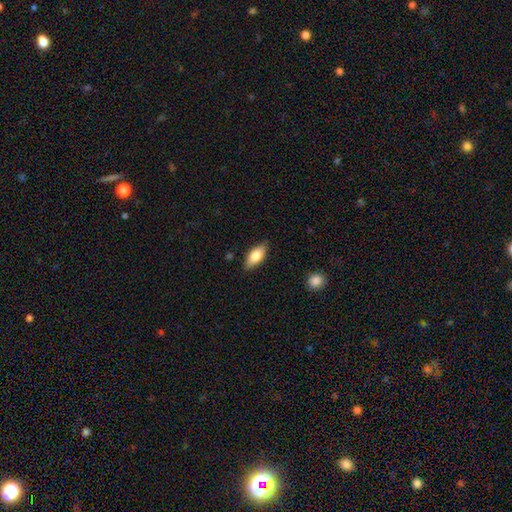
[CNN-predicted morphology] Smooth or featured: smooth — 76% (featured or disk — 17%)
How rounded: in between — 84% (cigar-shaped — 14%)
Merging: none — 83% (minor disturbance — 13%)